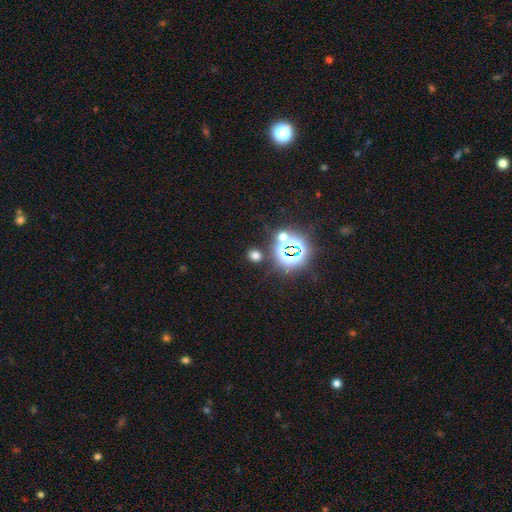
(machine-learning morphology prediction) Smooth or featured?
  - smooth: 60% *
  - star or artifact: 34%
  - featured or disk: 6%
How rounded?
  - round: 75% *
  - in between: 24%
  - cigar-shaped: 1%
Merging?
  - none: 84% *
  - minor disturbance: 7%
  - merger: 5%
  - major disturbance: 3%